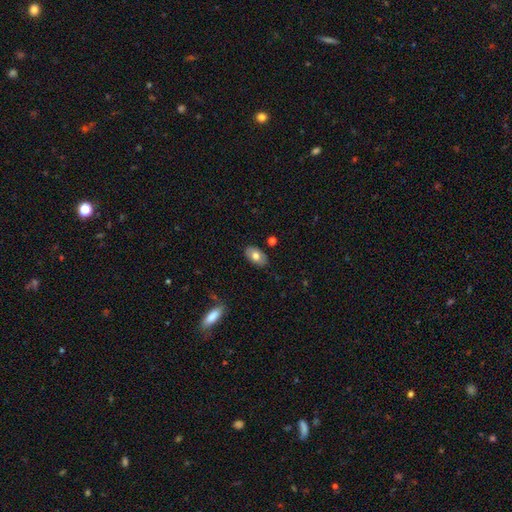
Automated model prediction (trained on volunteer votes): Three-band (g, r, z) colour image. It shows a smooth galaxy with no disk features (74%) that is in between round and cigar-shaped (92%). Merging: none (85%).